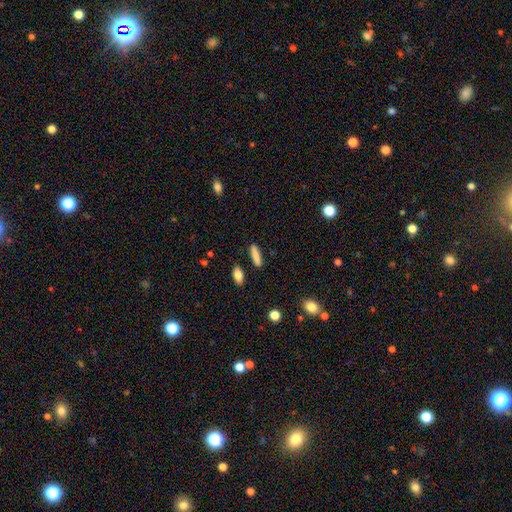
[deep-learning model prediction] Overall: smooth (83%). How rounded: cigar-shaped (76%). Merging: none (86%).